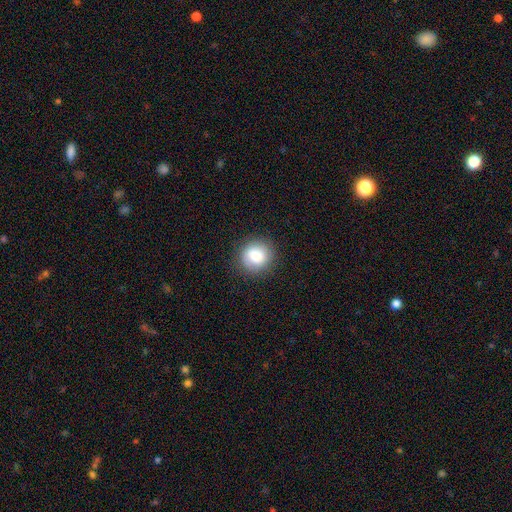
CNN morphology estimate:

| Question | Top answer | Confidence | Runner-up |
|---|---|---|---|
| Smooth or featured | smooth | 79% | featured or disk (12%) |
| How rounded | round | 89% | in between (10%) |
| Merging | none | 86% | minor disturbance (10%) |